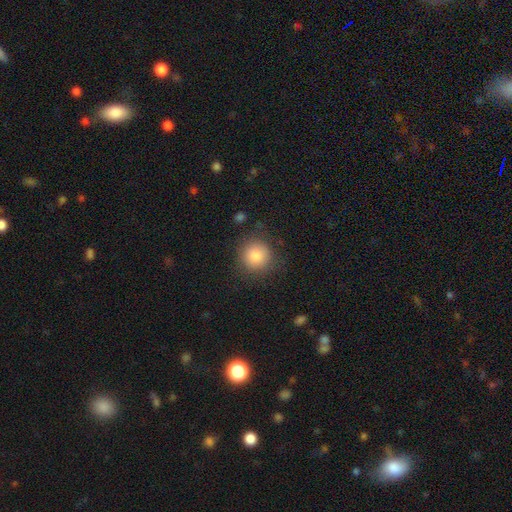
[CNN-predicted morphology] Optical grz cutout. It shows a smooth galaxy with no disk features (84%) that is round (92%). Merging: none (84%).